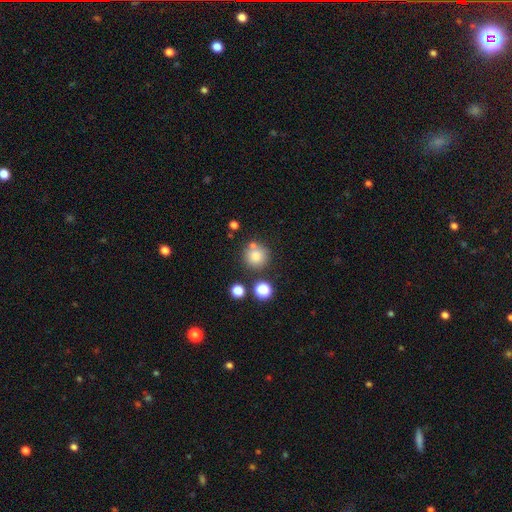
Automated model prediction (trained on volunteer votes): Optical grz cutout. It shows a smooth galaxy with no disk features (79%) that is round (93%). Merging: none (72%).